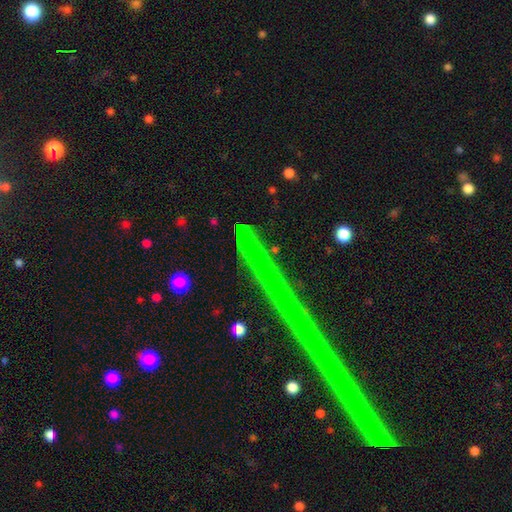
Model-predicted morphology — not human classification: Smooth or featured?
  - star or artifact: 67% *
  - featured or disk: 23%
  - smooth: 10%